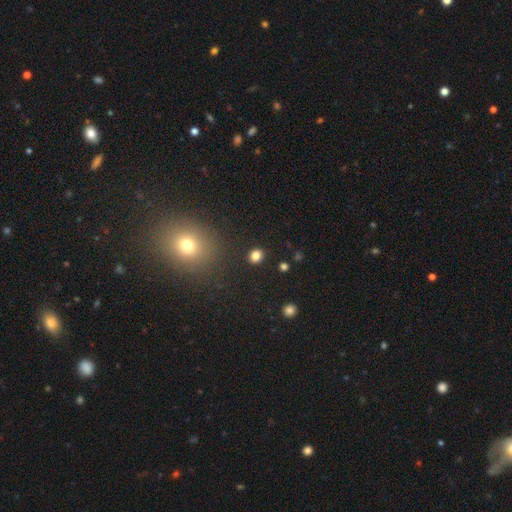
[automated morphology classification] Smooth or featured?
  - smooth: 83% *
  - star or artifact: 13%
  - featured or disk: 5%
How rounded?
  - round: 73% *
  - in between: 26%
  - cigar-shaped: 1%
Merging?
  - none: 89% *
  - minor disturbance: 6%
  - major disturbance: 2%
  - merger: 2%